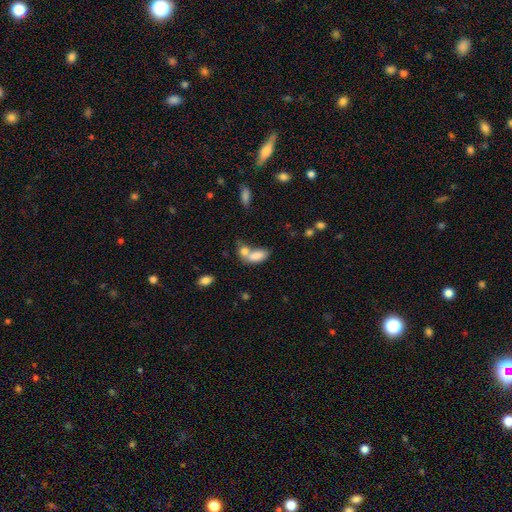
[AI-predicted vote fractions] Smooth or featured? smooth (81%)
How rounded? in between (89%)
Merging? merger (55%)